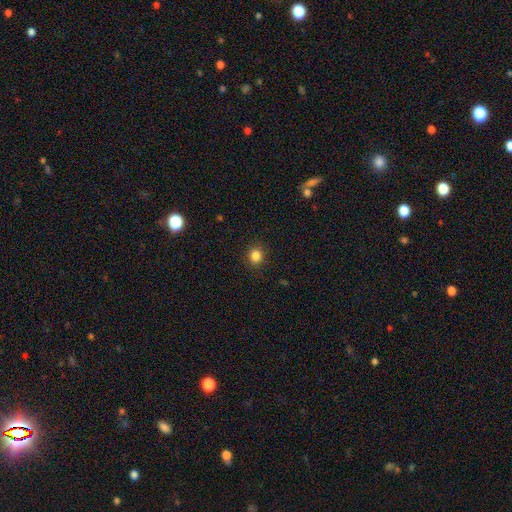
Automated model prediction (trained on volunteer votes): This appears to be a smooth galaxy with no disk features (84%) that is round (82%). Merging: none (90%).